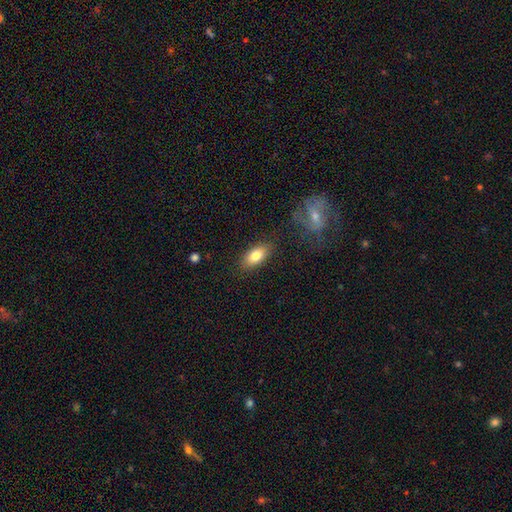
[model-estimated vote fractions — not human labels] A smooth galaxy with no disk features (78%) that is in between round and cigar-shaped (88%).

Vote fractions:
- Smooth or featured? smooth: 78% / featured or disk: 15% / star or artifact: 7%
- How rounded? in between: 88% / cigar-shaped: 7% / round: 5%
- Merging? none: 85% / minor disturbance: 11% / major disturbance: 3% / merger: 2%